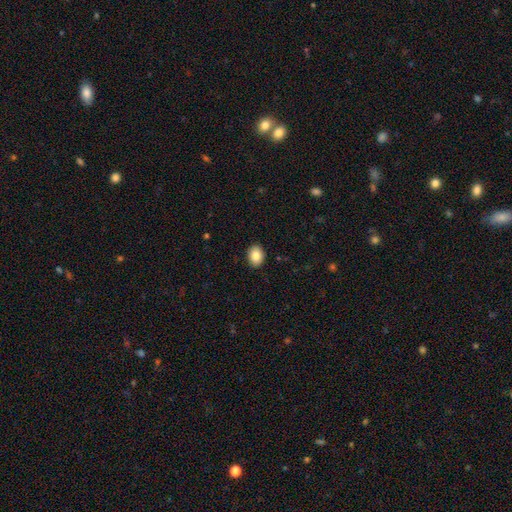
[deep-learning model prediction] This appears to be a smooth galaxy with no disk features (85%) that is in between round and cigar-shaped (68%). Merging: none (91%).